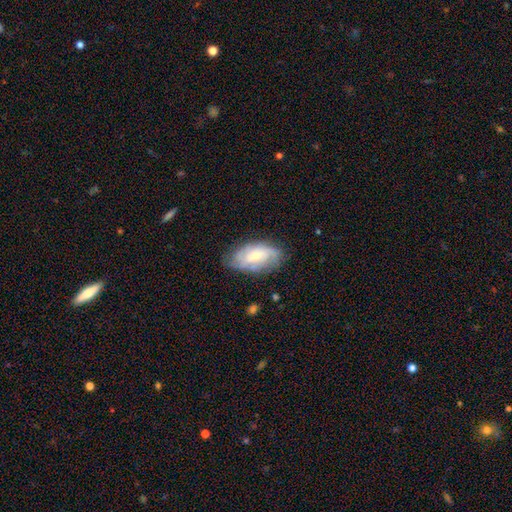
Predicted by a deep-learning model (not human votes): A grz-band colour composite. It shows a featured or disk galaxy (64%) with no bar (50%), tight (47%) spiral arms (87%) and a small central bulge (57%). Merging: none (71%).